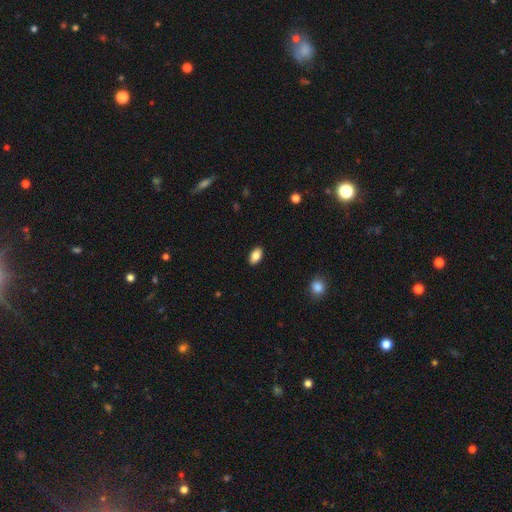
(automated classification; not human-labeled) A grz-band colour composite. It shows a smooth galaxy with no disk features (85%) that is in between round and cigar-shaped (93%). Merging: none (90%).